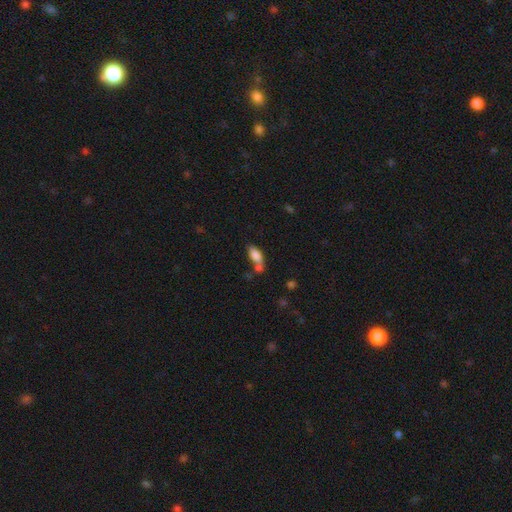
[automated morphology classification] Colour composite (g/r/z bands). It shows a smooth galaxy with no disk features (81%) that is in between round and cigar-shaped (86%). Merging: none (40%).